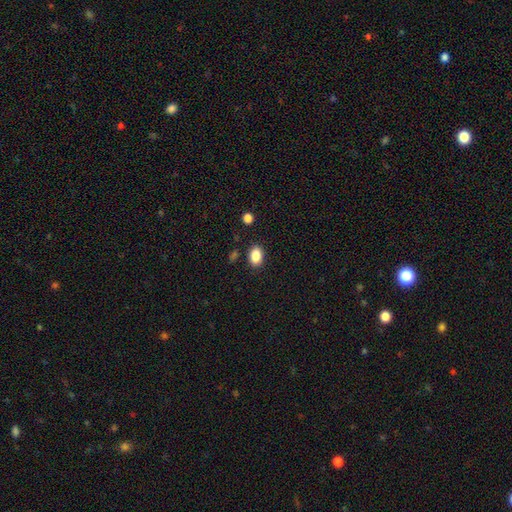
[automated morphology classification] Smooth or featured?
  - smooth: 86% *
  - star or artifact: 9%
  - featured or disk: 5%
How rounded?
  - in between: 80% *
  - round: 19%
  - cigar-shaped: 1%
Merging?
  - none: 87% *
  - minor disturbance: 9%
  - major disturbance: 2%
  - merger: 2%